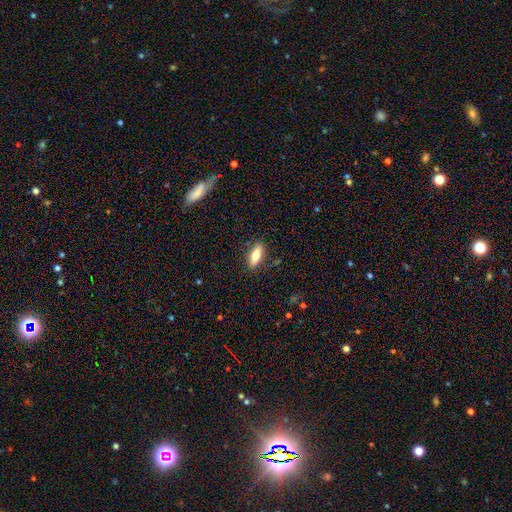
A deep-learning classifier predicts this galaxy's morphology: A smooth galaxy with no disk features (73%) that is in between round and cigar-shaped (65%). Merging: none (85%).